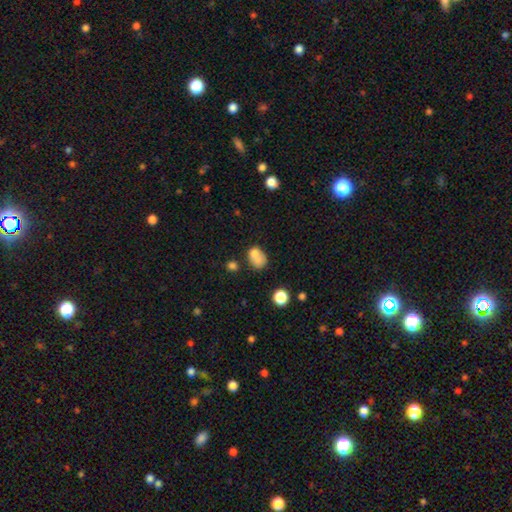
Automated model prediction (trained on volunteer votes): This appears to be a smooth galaxy with no disk features (73%) that is in between round and cigar-shaped (52%). Merging: merger (39%).